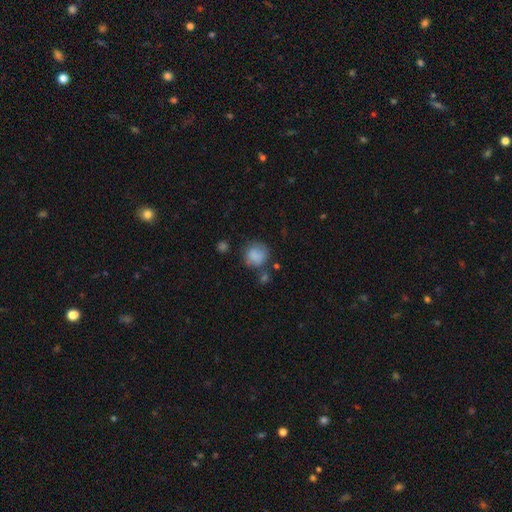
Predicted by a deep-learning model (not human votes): The model was most divided on "merging": none: 61%, minor disturbance: 22%, major disturbance: 9%, merger: 8%. More confident: smooth or featured — smooth (82%); how rounded — round (80%).